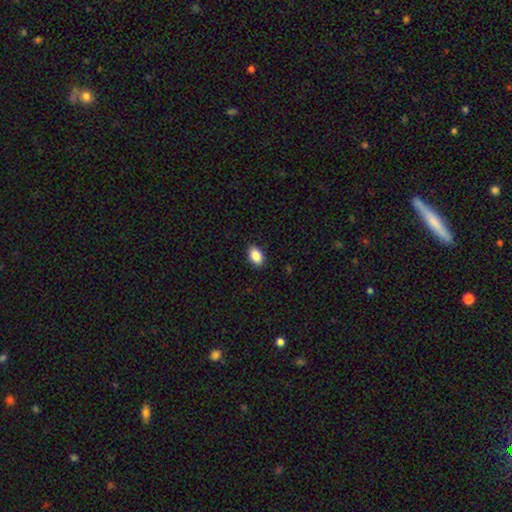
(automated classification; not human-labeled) smooth 89%, star or artifact 8%, featured or disk 4%. Down the decision tree: how rounded — in between (89%); merging — none (90%).